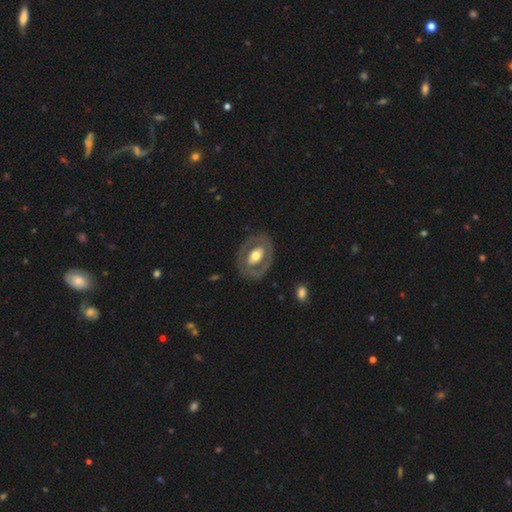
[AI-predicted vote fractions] Q: Smooth or featured?
A: featured or disk (59%); runner-up: smooth (36%)
Q: Edge-on disk?
A: no (93%); runner-up: yes (7%)
Q: Bar?
A: no (66%); runner-up: weak (21%)
Q: Spiral arms?
A: no (81%); runner-up: yes (19%)
Q: Bulge size?
A: moderate (60%); runner-up: large (29%)
Q: Merging?
A: none (79%); runner-up: minor disturbance (13%)